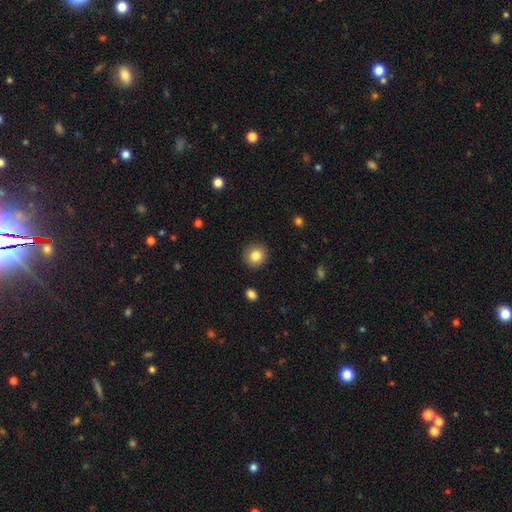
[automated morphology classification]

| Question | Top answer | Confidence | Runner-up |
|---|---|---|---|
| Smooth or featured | smooth | 83% | star or artifact (10%) |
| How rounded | round | 90% | in between (9%) |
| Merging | none | 91% | minor disturbance (6%) |